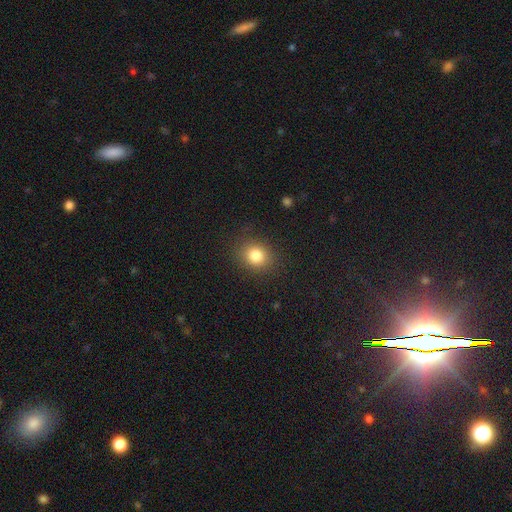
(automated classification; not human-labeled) Q: Smooth or featured?
A: smooth (82%); runner-up: star or artifact (12%)
Q: How rounded?
A: round (70%); runner-up: in between (29%)
Q: Merging?
A: none (86%); runner-up: minor disturbance (9%)